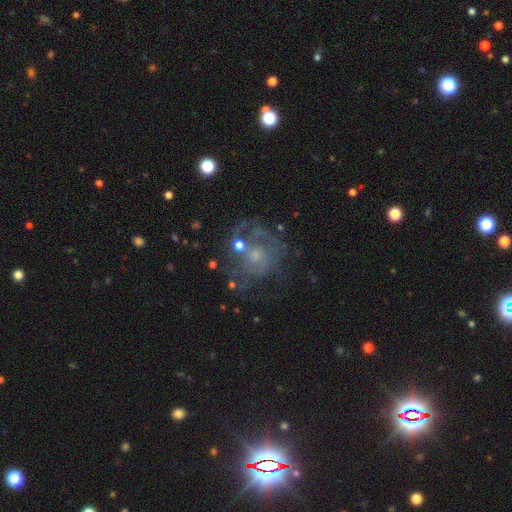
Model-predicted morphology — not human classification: Smooth or featured?
  - featured or disk: 69% *
  - smooth: 19%
  - star or artifact: 12%
Edge-on disk?
  - no: 98% *
  - yes: 2%
Bar?
  - no: 77% *
  - weak: 20%
  - strong: 3%
Spiral arms?
  - yes: 75% *
  - no: 25%
Spiral winding?
  - tight: 41% *
  - medium: 39%
  - loose: 20%
Spiral arm count?
  - can't tell: 41% *
  - 2: 22%
  - 3: 16%
  - 1: 10%
  - 4: 6%
  - more than 4: 5%
Bulge size?
  - small: 49% *
  - moderate: 37%
  - none: 9%
  - large: 3%
  - dominant: 1%
Merging?
  - none: 52% *
  - major disturbance: 20%
  - minor disturbance: 18%
  - merger: 9%